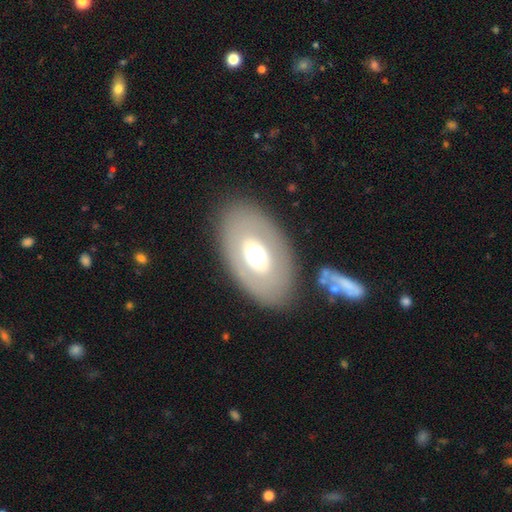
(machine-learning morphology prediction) The model was most divided on "smooth or featured": smooth: 51%, featured or disk: 41%, star or artifact: 8%. More confident: how rounded — in between (86%); merging — none (83%).